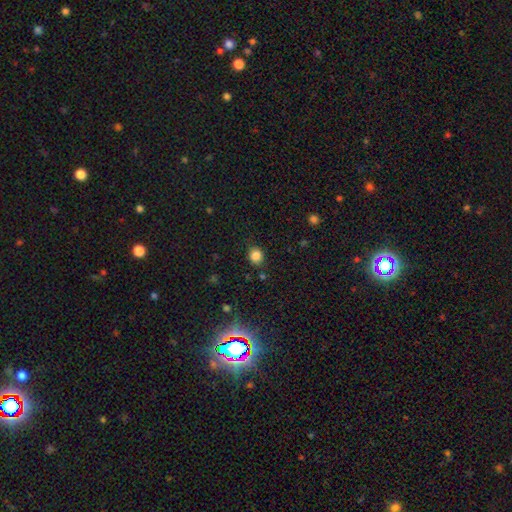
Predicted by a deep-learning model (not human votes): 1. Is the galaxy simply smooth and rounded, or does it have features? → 83% smooth, 13% star or artifact, 4% featured or disk.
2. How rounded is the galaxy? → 75% round, 24% in between, 1% cigar-shaped.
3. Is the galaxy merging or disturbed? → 84% none, 11% minor disturbance, 3% major disturbance, 2% merger.